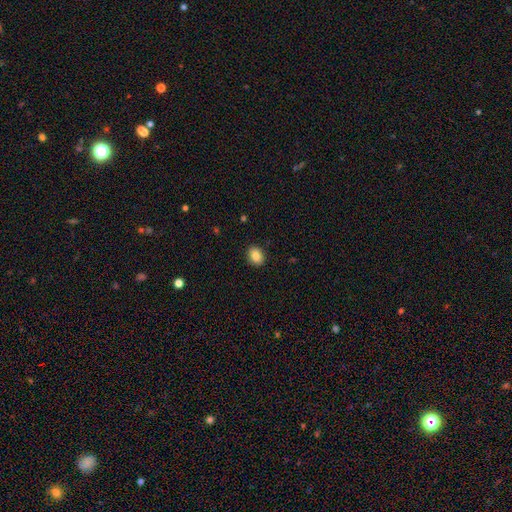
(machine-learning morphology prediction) Overall: smooth (86%). How rounded: in between (57%; round 42%). Merging: none (90%).